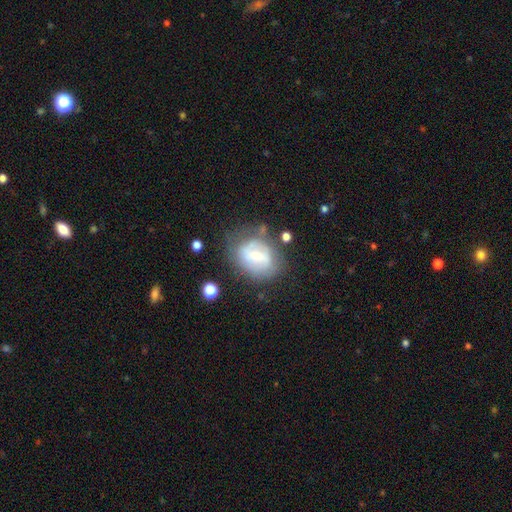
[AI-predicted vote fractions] Q: Smooth or featured?
A: featured or disk (47%); runner-up: smooth (43%)
Q: Merging?
A: none (55%); runner-up: minor disturbance (25%)